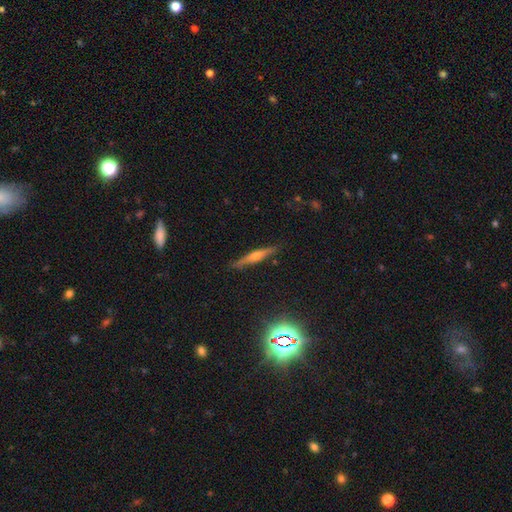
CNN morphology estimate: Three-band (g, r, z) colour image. It shows a featured or disk galaxy (64%) viewed edge-on (96%) with a rounded central bulge (80%). Merging: none (87%).